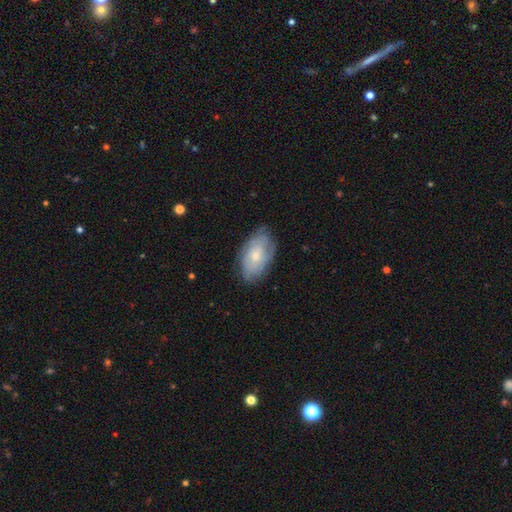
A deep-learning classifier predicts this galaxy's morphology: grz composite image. It shows a smooth galaxy with no disk features (53%) that is in between round and cigar-shaped (93%). Merging: none (72%).